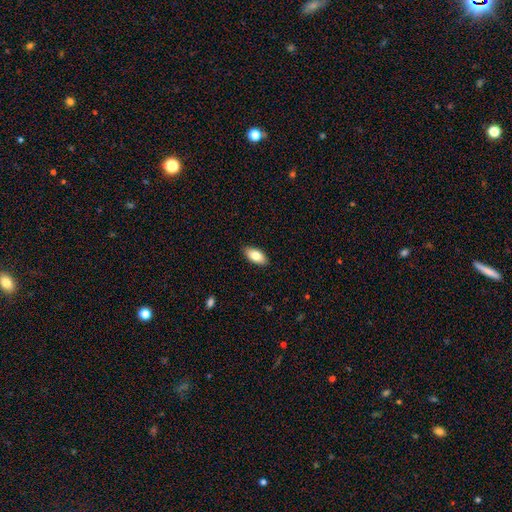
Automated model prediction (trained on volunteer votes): Smooth or featured?
  - smooth: 81% *
  - featured or disk: 12%
  - star or artifact: 7%
How rounded?
  - in between: 92% *
  - cigar-shaped: 5%
  - round: 3%
Merging?
  - none: 89% *
  - minor disturbance: 9%
  - major disturbance: 2%
  - merger: 1%